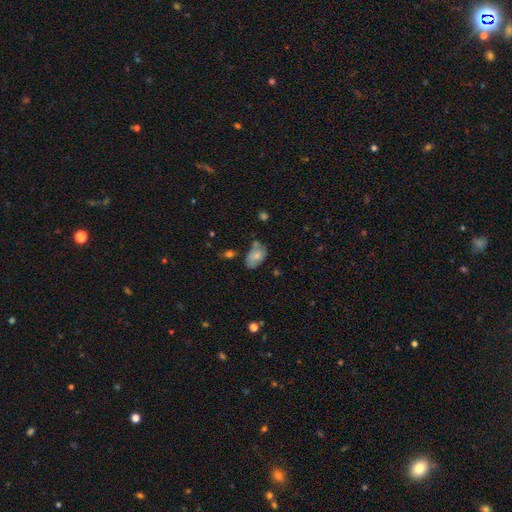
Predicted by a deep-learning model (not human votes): smooth 64%, featured or disk 28%, star or artifact 8%. Down the decision tree: how rounded — in between (89%); merging — none (47%).